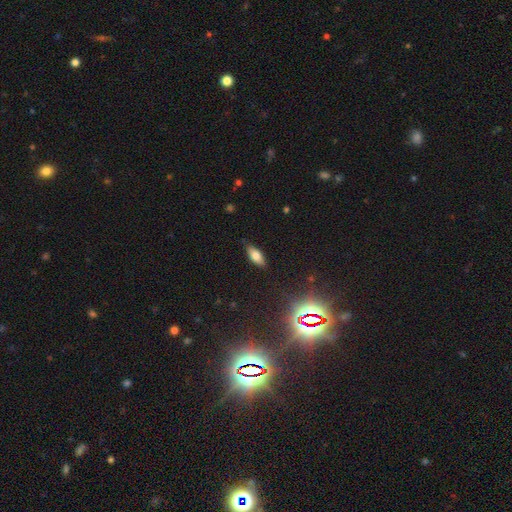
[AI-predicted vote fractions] The model was most divided on "smooth or featured": smooth: 71%, featured or disk: 19%, star or artifact: 10%. More confident: merging — none (84%); how rounded — in between (79%).